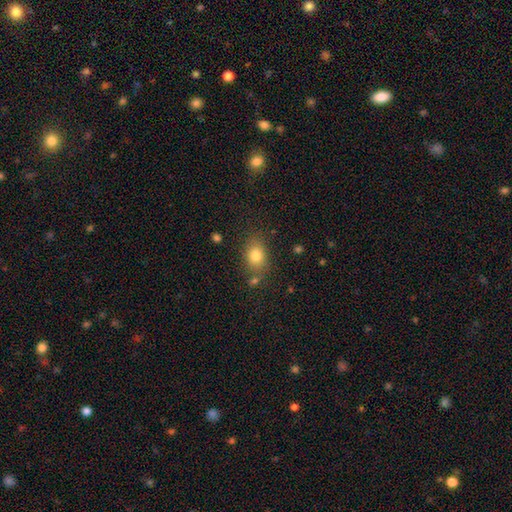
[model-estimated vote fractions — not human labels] Overall: smooth (80%). How rounded: in between (67%; round 31%). Merging: none (74%).